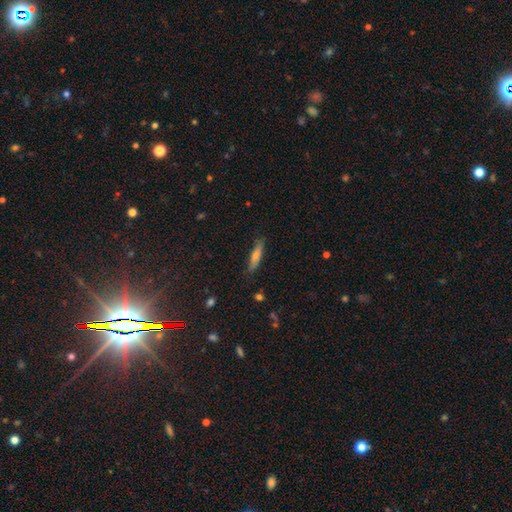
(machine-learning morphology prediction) A smooth galaxy with no disk features (55%) that is cigar-shaped (84%).

Vote fractions:
- Smooth or featured? smooth: 55% / featured or disk: 35% / star or artifact: 10%
- How rounded? cigar-shaped: 84% / in between: 14% / round: 2%
- Merging? none: 85% / minor disturbance: 12% / major disturbance: 2% / merger: 1%